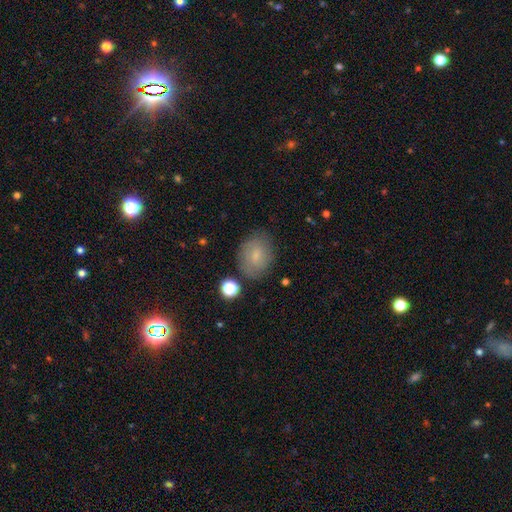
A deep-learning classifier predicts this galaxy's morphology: type=smooth (71%); roundness=in between (61%); merging=none (76%).